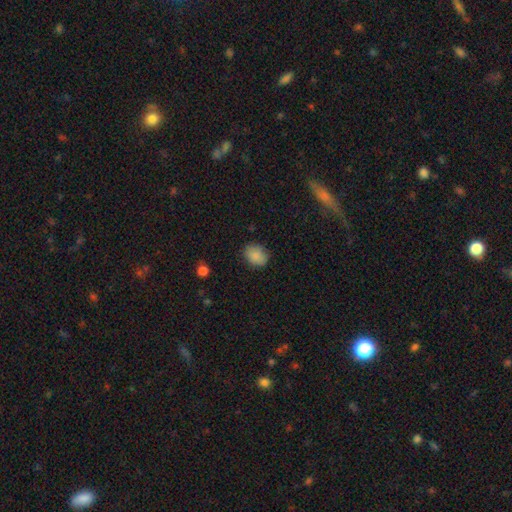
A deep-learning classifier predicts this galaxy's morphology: The model was most divided on "how rounded": in between: 57%, round: 42%, cigar-shaped: 1%. More confident: smooth or featured — smooth (87%); merging — none (81%).